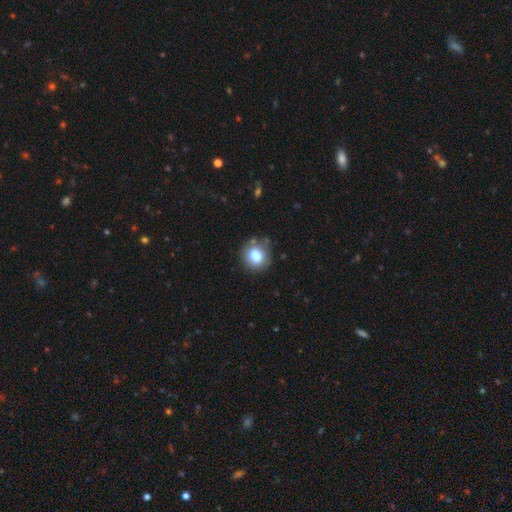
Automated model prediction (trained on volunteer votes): smooth 82%, star or artifact 9%, featured or disk 9%. Down the decision tree: how rounded — round (75%); merging — none (75%).